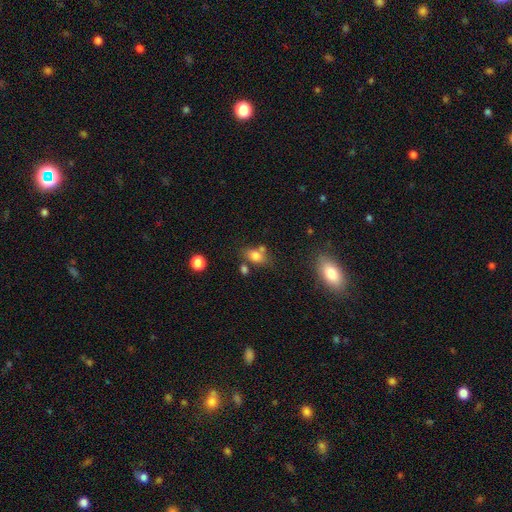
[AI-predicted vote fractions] Smooth or featured? Predicted: smooth (p=0.78). How rounded? Predicted: in between (p=0.81). Merging? Predicted: none (p=0.58).